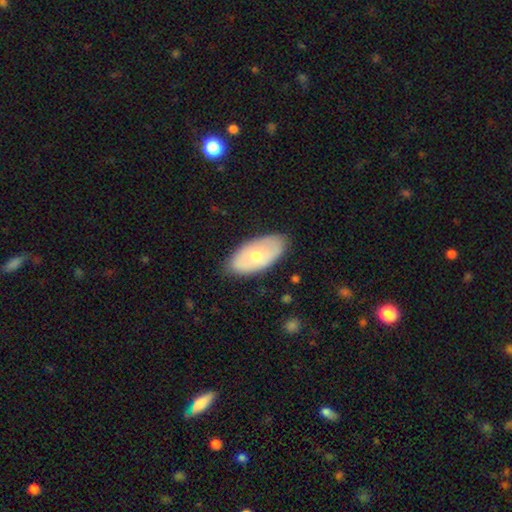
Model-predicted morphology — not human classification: type=smooth (56%); roundness=in between (93%); merging=none (82%).